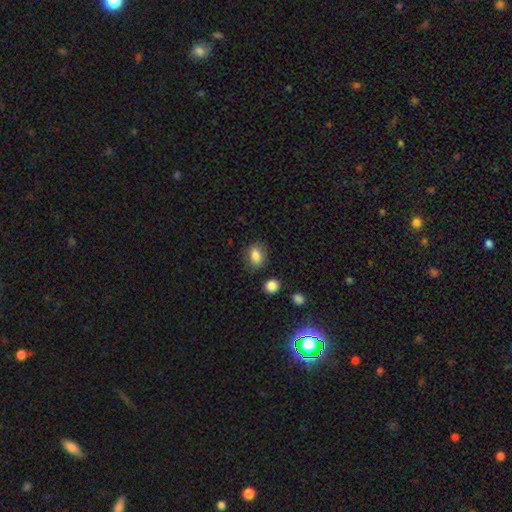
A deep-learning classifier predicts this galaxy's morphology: The model was most divided on "how rounded": in between: 65%, round: 34%, cigar-shaped: 1%. More confident: smooth or featured — smooth (83%); merging — none (78%).